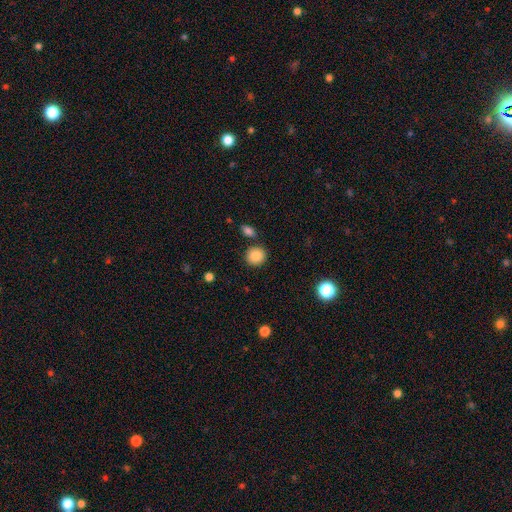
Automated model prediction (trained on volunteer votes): Morphology: type=smooth (88%); roundness=round (87%); merging=none (84%).